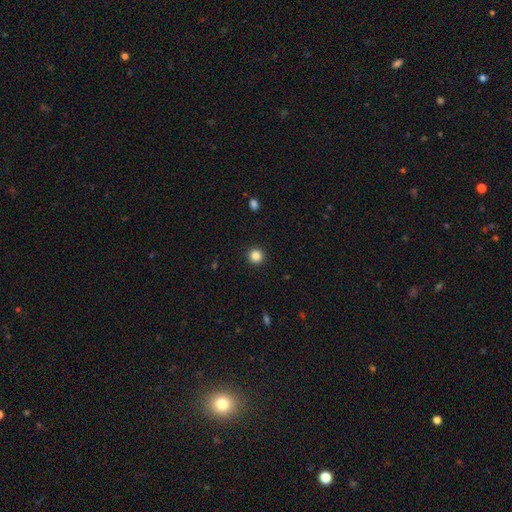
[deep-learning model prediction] smooth_or_featured: smooth (p=0.85) [alt: star or artifact p=0.11]
how_rounded: round (p=0.95) [alt: in between p=0.04]
merging: none (p=0.93) [alt: minor disturbance p=0.05]